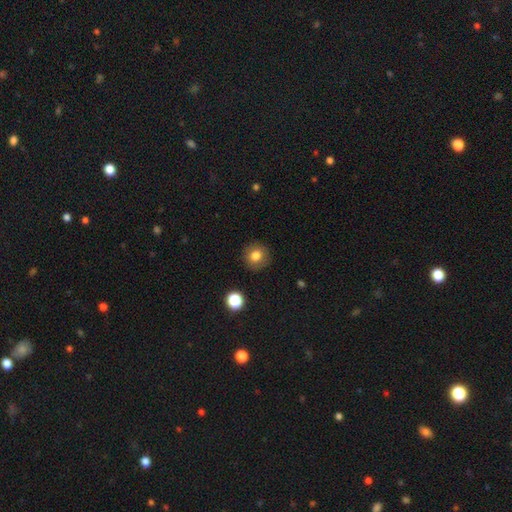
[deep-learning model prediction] Morphology: type=smooth (80%); roundness=round (92%); merging=none (90%).